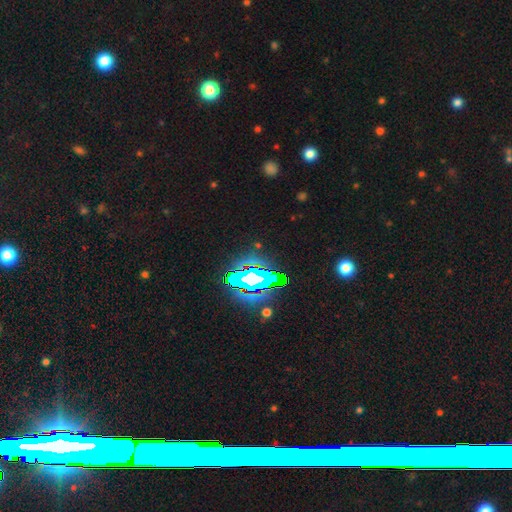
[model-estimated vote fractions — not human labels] Overall: star or artifact (77%).